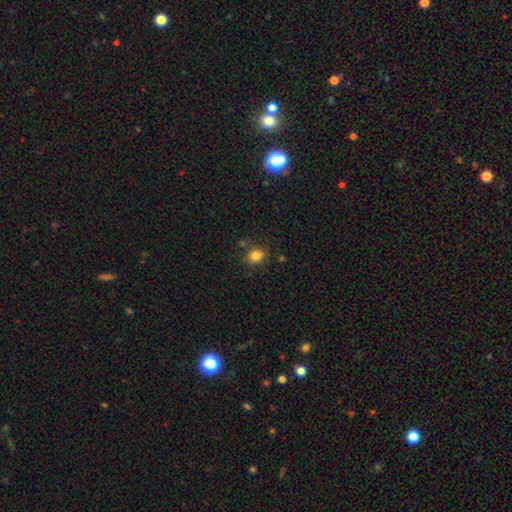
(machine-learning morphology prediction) smooth 82%, star or artifact 12%, featured or disk 6%. Down the decision tree: how rounded — round (64%); merging — none (75%).